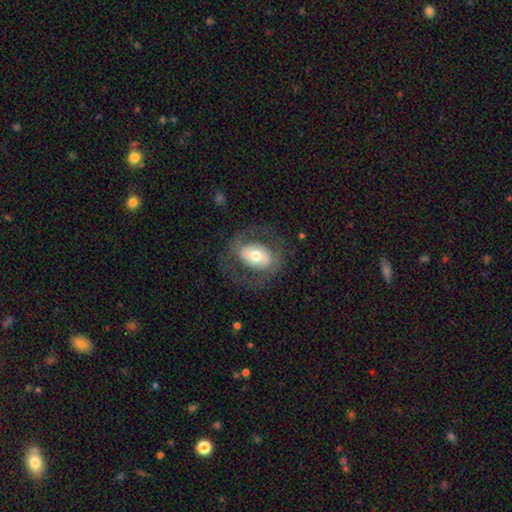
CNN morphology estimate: smooth-or-featured: featured or disk: 56% | smooth: 38% | star or artifact: 7%
  disk-edge-on: no: 93% | yes: 7%
    bar: no: 46% | weak: 29% | strong: 25%
    has-spiral-arms: no: 53% | yes: 47%
    bulge-size: moderate: 63% | small: 17% | large: 17% | dominant: 2% | none: 1%
  merging: none: 70% | major disturbance: 15% | minor disturbance: 14% | merger: 1%